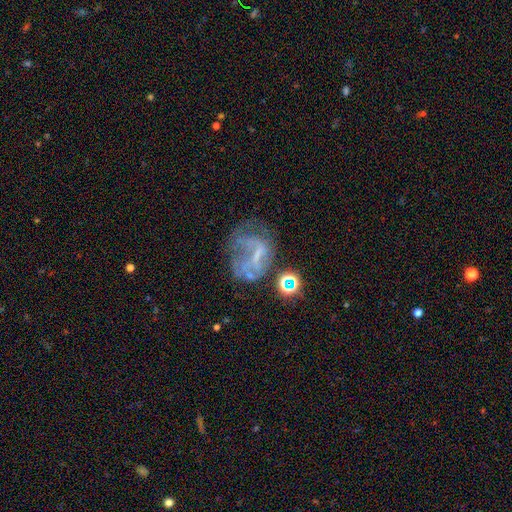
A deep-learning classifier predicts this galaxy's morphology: featured or disk 55%, smooth 23%, star or artifact 22%. Down the decision tree: edge-on disk — no (97%); bar — no (55%); spiral arms — no (67%); bulge size — none (59%); merging — major disturbance (38%).